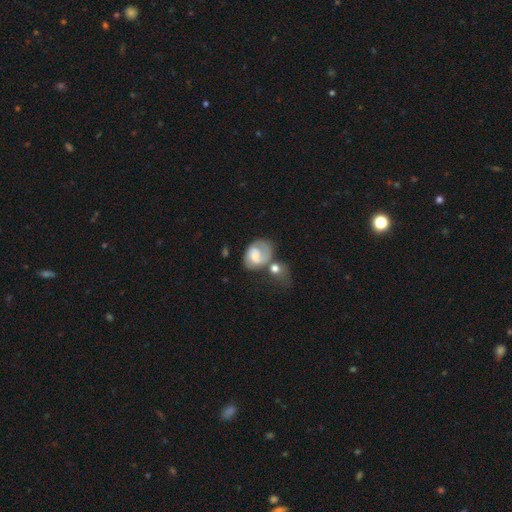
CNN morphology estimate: Smooth or featured? featured or disk (50%)
Edge-on disk? no (97%)
Merging? none (37%)